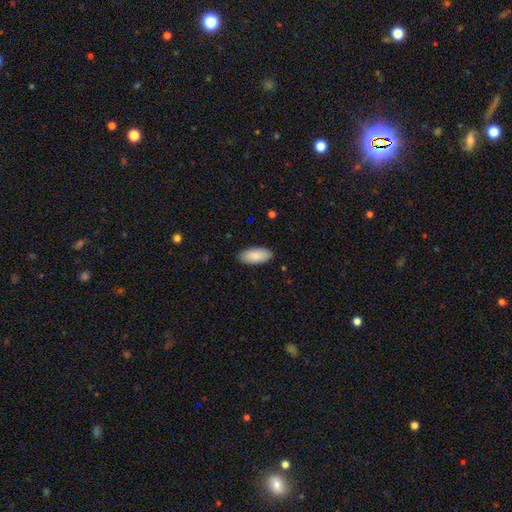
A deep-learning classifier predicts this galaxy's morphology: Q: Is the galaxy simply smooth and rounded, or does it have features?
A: smooth — 88%.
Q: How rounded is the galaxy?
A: in between — 91%.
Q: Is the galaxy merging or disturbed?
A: none — 89%.